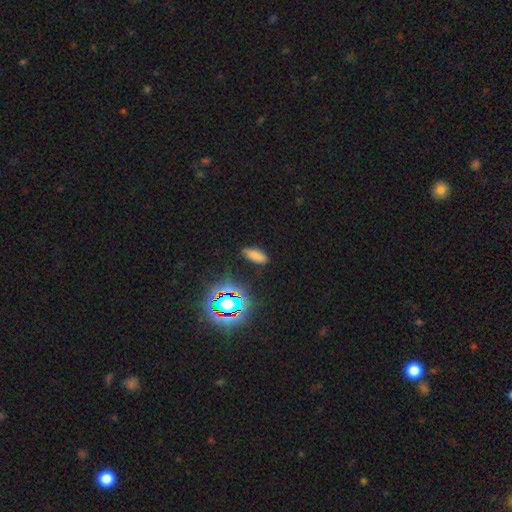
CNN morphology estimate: Overall: smooth (72%). How rounded: in between (76%). Merging: none (83%).